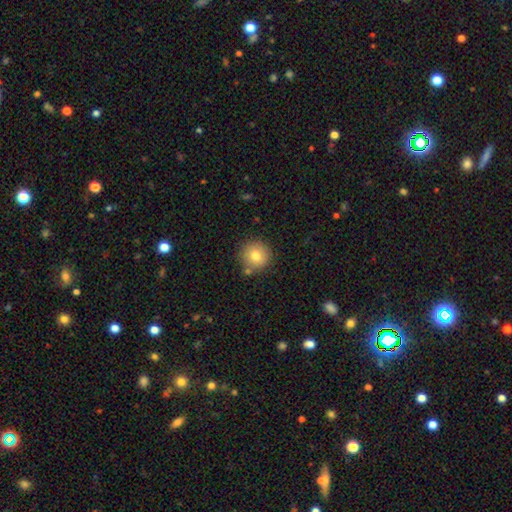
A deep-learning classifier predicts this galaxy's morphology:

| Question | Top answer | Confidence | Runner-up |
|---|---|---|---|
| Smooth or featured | smooth | 78% | featured or disk (12%) |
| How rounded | round | 95% | in between (5%) |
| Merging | none | 80% | minor disturbance (10%) |